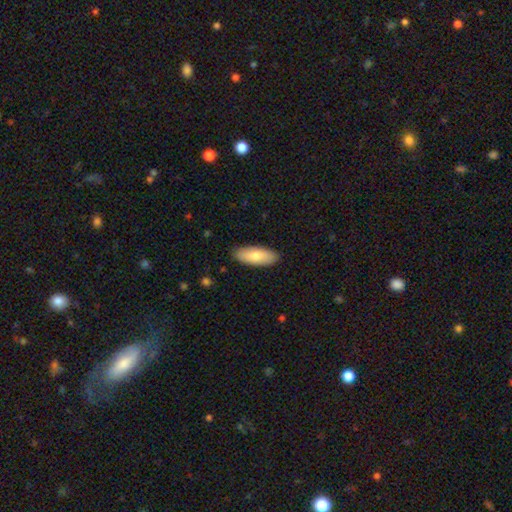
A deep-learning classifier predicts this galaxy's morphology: type=smooth (77%); roundness=in between (79%); merging=none (88%).